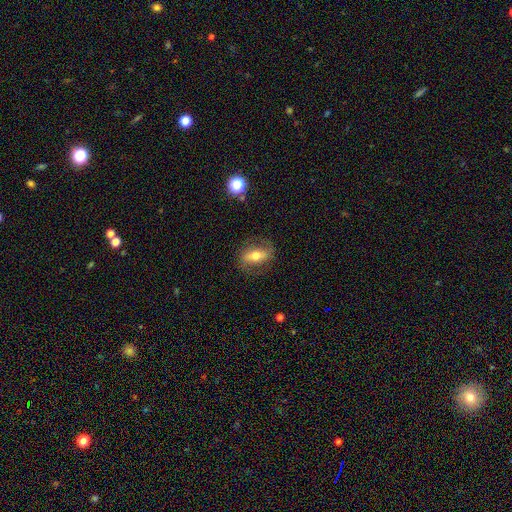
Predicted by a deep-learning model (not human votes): This is possibly a featured or disk galaxy (59%). It is clearly not viewed edge-on (81%). Merging: likely none (78%).